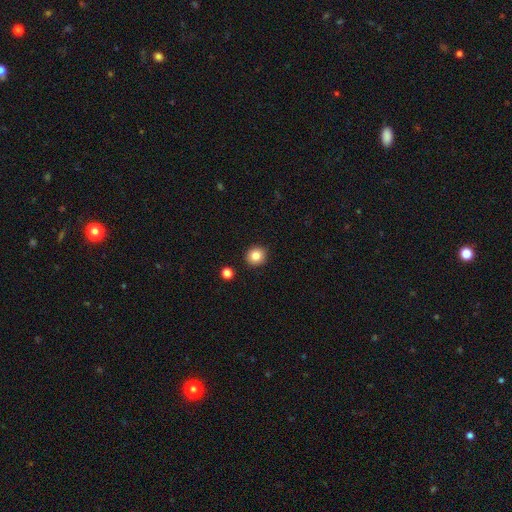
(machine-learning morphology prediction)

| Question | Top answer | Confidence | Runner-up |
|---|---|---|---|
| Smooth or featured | smooth | 83% | star or artifact (10%) |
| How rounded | round | 90% | in between (9%) |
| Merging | none | 91% | minor disturbance (6%) |